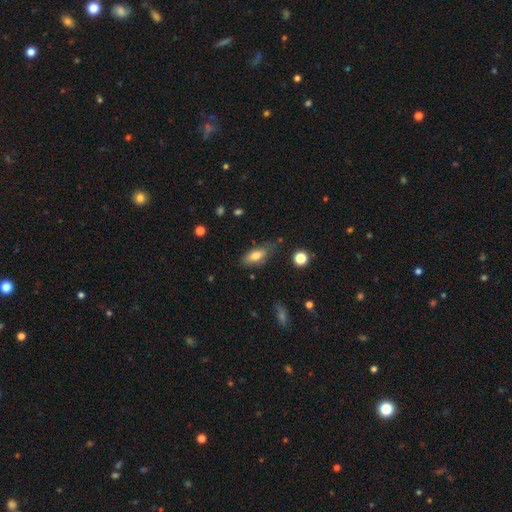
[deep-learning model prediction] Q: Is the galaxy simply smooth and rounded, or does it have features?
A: smooth — 75%.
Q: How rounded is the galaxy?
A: in between — 79%.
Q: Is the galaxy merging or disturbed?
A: none — 64%.